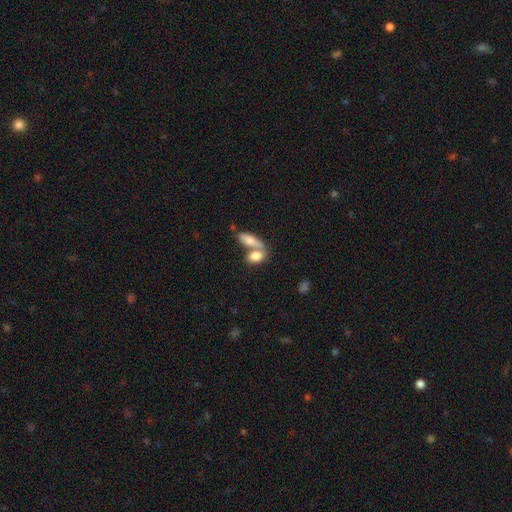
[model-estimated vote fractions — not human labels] smooth_or_featured: smooth (p=0.79) [alt: featured or disk p=0.15]
how_rounded: in between (p=0.83) [alt: cigar-shaped p=0.09]
merging: merger (p=0.57) [alt: none p=0.32]